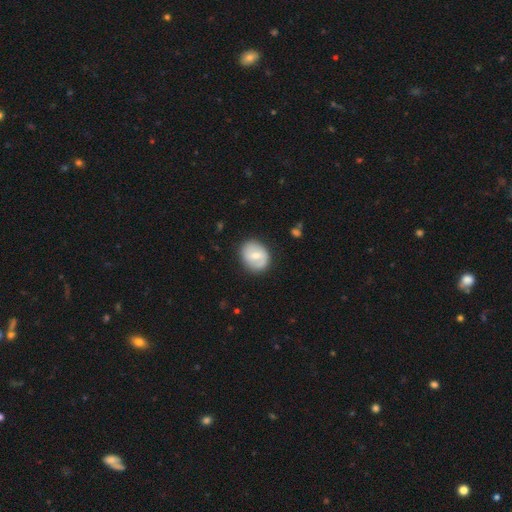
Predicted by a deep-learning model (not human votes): Smooth or featured? smooth (50%)
How rounded? round (62%)
Merging? none (80%)